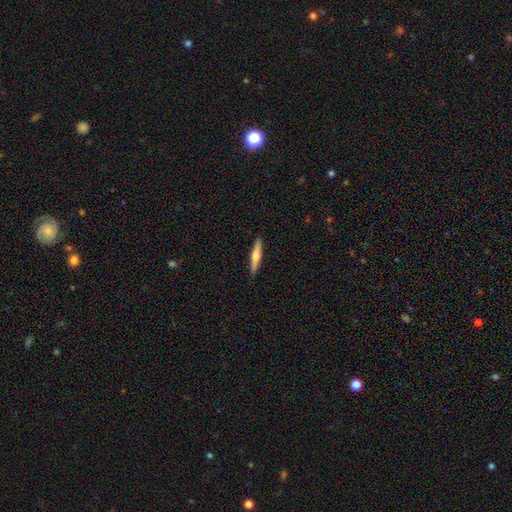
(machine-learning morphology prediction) smooth-or-featured: featured or disk: 49% | smooth: 46% | star or artifact: 5%
  merging: none: 90% | minor disturbance: 7% | major disturbance: 1% | merger: 1%